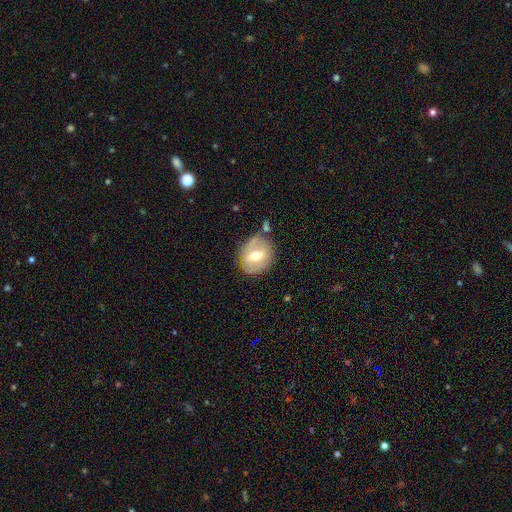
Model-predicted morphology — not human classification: Q: Smooth or featured?
A: smooth (47%); runner-up: featured or disk (46%)
Q: Merging?
A: none (68%); runner-up: minor disturbance (19%)